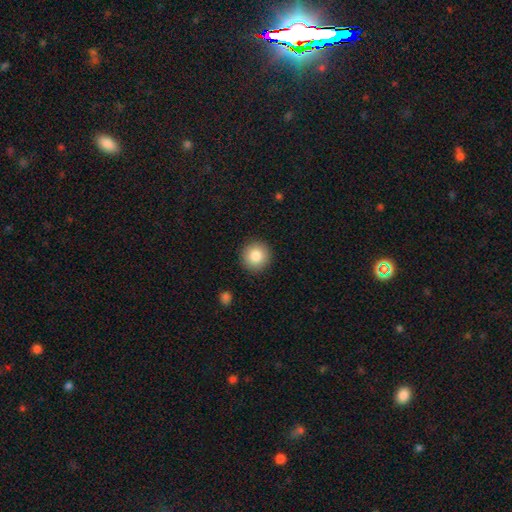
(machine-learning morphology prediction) Overall: smooth (84%). How rounded: round (94%). Merging: none (92%).